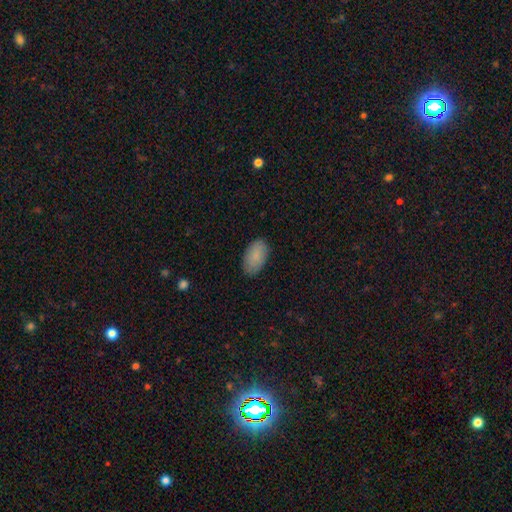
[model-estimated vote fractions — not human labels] Smooth or featured? Predicted: smooth (p=0.86). How rounded? Predicted: in between (p=0.94). Merging? Predicted: none (p=0.84).